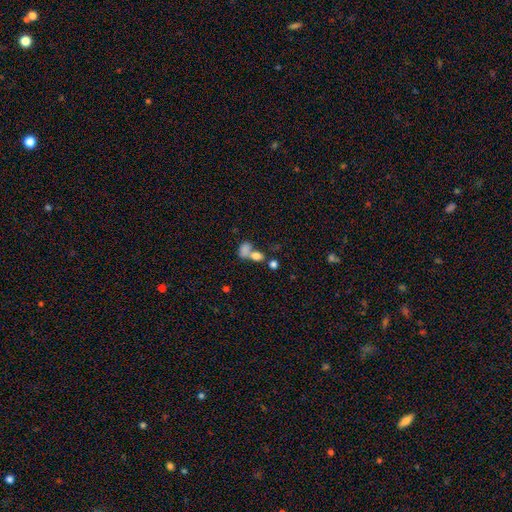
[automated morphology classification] A smooth galaxy with no disk features (75%) that is in between round and cigar-shaped (67%).

Vote fractions:
- Smooth or featured? smooth: 75% / featured or disk: 13% / star or artifact: 12%
- How rounded? in between: 67% / round: 30% / cigar-shaped: 3%
- Merging? merger: 57% / none: 26% / minor disturbance: 8% / major disturbance: 8%